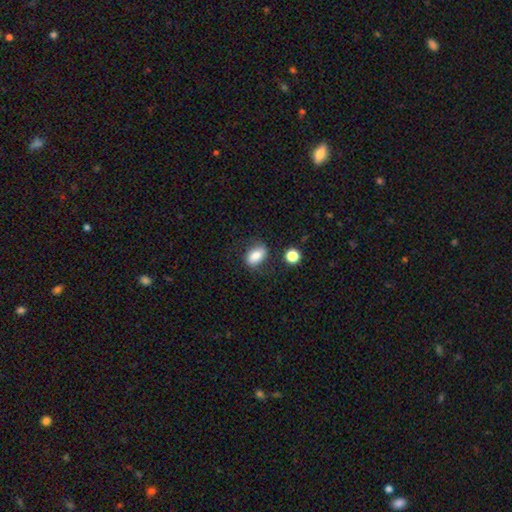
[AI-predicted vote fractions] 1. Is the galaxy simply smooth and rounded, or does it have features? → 79% smooth, 12% featured or disk, 9% star or artifact.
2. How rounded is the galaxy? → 86% in between, 11% round, 4% cigar-shaped.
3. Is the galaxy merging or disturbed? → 73% none, 18% minor disturbance, 6% major disturbance, 4% merger.